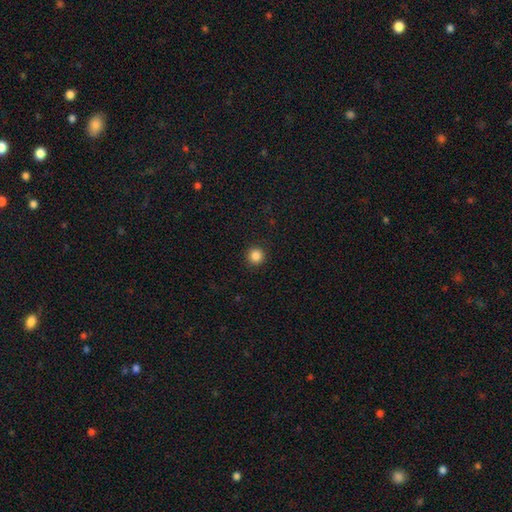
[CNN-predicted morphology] Q: Smooth or featured?
A: smooth (86%); runner-up: star or artifact (11%)
Q: How rounded?
A: round (96%); runner-up: in between (4%)
Q: Merging?
A: none (93%); runner-up: minor disturbance (4%)